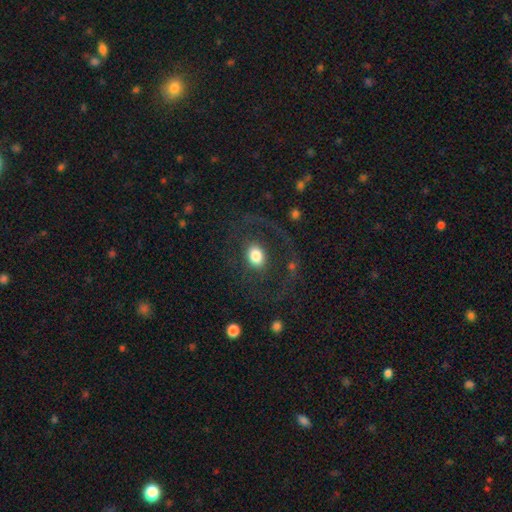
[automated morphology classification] smooth 59%, featured or disk 32%, star or artifact 9%. Down the decision tree: how rounded — in between (56%); merging — none (61%).